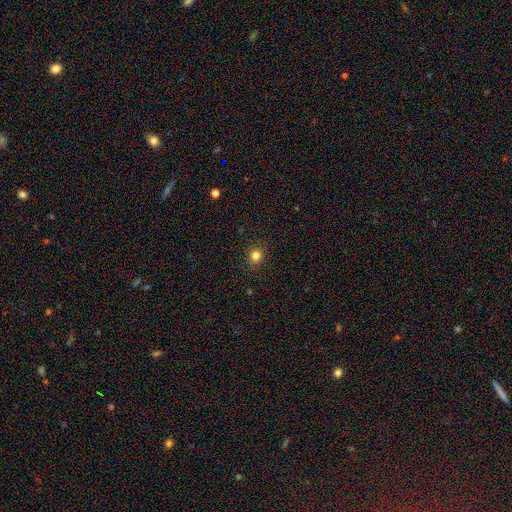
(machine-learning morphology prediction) smooth-or-featured: smooth: 82% | star or artifact: 13% | featured or disk: 5%
  how-rounded: round: 82% | in between: 17% | cigar-shaped: 1%
  merging: none: 91% | minor disturbance: 6% | major disturbance: 2% | merger: 1%